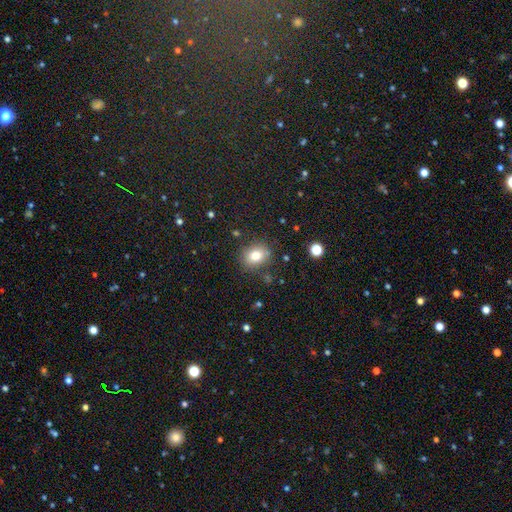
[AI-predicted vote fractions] smooth_or_featured: smooth (p=0.79) [alt: star or artifact p=0.12]
how_rounded: round (p=0.52) [alt: in between p=0.47]
merging: none (p=0.81) [alt: minor disturbance p=0.12]